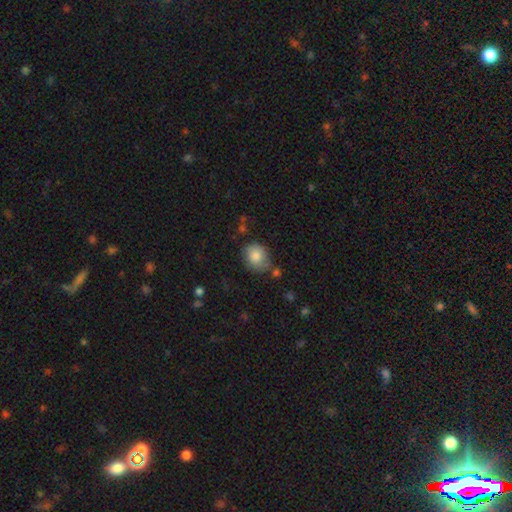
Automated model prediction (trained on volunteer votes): The model was most divided on "how rounded": round: 58%, in between: 41%, cigar-shaped: 1%. More confident: smooth or featured — smooth (81%); merging — none (64%).